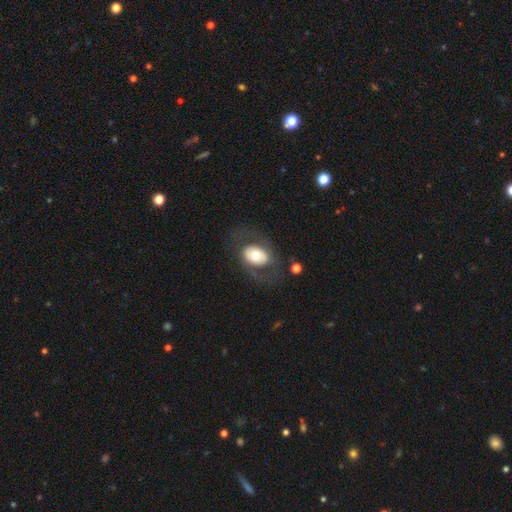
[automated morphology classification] Q: Smooth or featured?
A: smooth (48%); runner-up: featured or disk (45%)
Q: Merging?
A: none (68%); runner-up: major disturbance (15%)